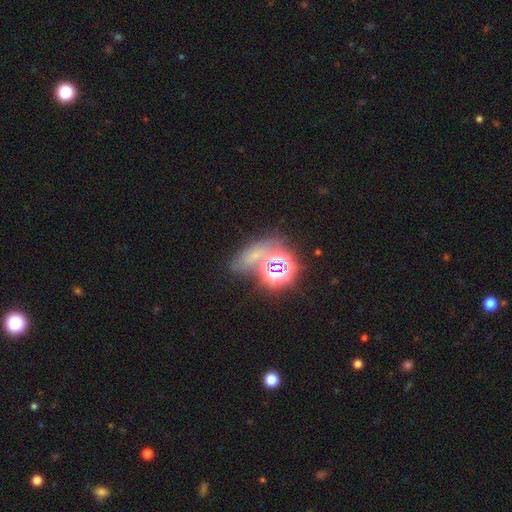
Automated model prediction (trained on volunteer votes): Smooth or featured: star or artifact — 55% (smooth — 30%)